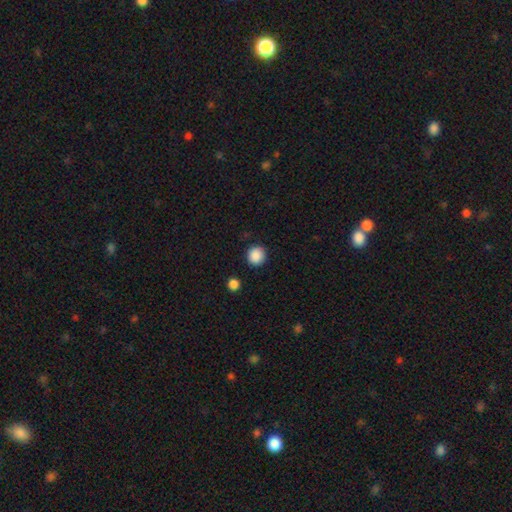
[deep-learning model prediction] Q: Smooth or featured?
A: smooth (88%); runner-up: star or artifact (9%)
Q: How rounded?
A: round (93%); runner-up: in between (6%)
Q: Merging?
A: none (89%); runner-up: minor disturbance (7%)